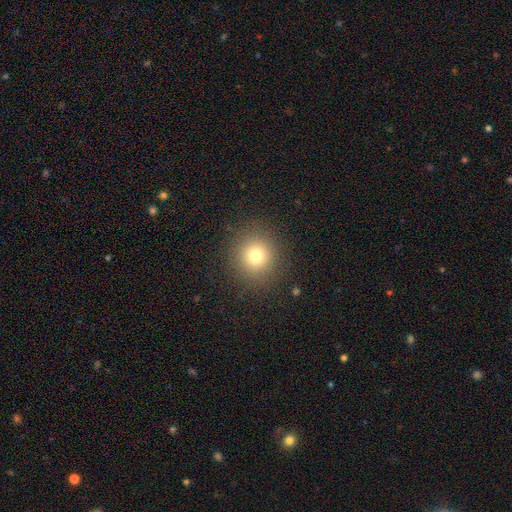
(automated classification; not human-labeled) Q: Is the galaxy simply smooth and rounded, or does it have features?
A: smooth — 74%.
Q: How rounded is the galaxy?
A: round — 93%.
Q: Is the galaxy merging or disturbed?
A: none — 89%.